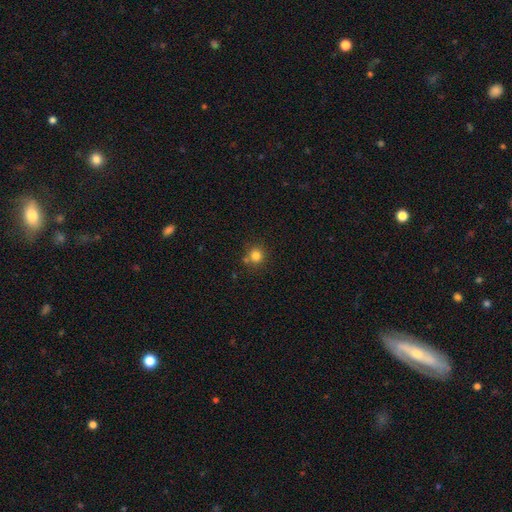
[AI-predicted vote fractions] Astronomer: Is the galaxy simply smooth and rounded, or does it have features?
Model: smooth — 81%.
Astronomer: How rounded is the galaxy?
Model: round — 93%.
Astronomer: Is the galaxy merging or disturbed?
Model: none — 74%.